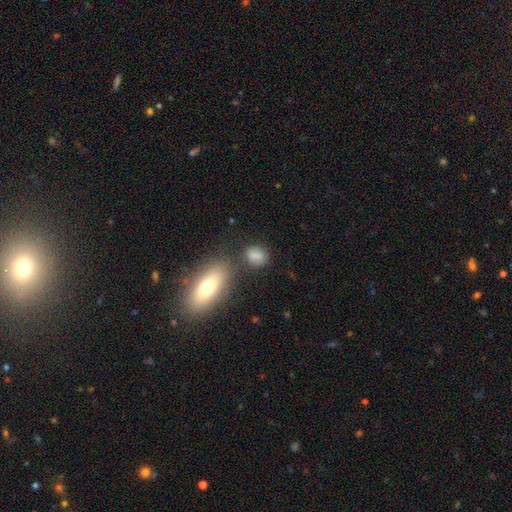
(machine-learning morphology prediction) This is likely a smooth galaxy (80%). How rounded: possibly in between (50%). Merging: likely none (68%).